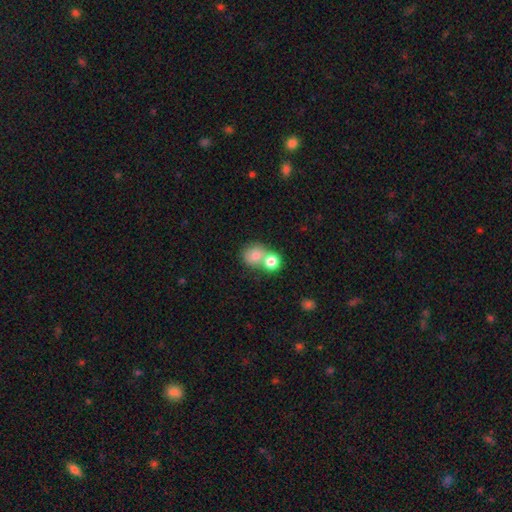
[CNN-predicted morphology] Smooth or featured? Predicted: smooth (p=0.77). How rounded? Predicted: round (p=0.78). Merging? Predicted: merger (p=0.58).